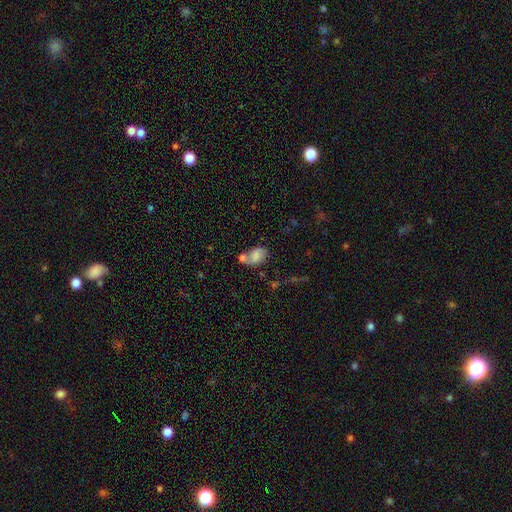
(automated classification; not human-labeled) A smooth galaxy with no disk features (68%) that is in between round and cigar-shaped (78%). Merging: none (38%).